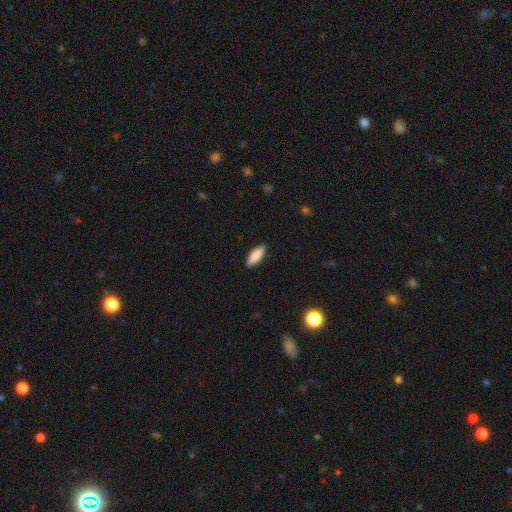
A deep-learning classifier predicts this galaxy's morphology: Smooth or featured: smooth — 87% (featured or disk — 7%)
How rounded: in between — 64% (cigar-shaped — 34%)
Merging: none — 89% (minor disturbance — 8%)